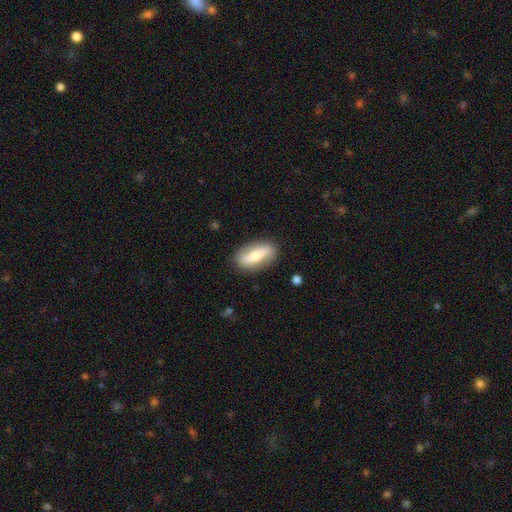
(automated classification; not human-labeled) Smooth or featured? Predicted: smooth (p=0.50). Merging? Predicted: none (p=0.85).